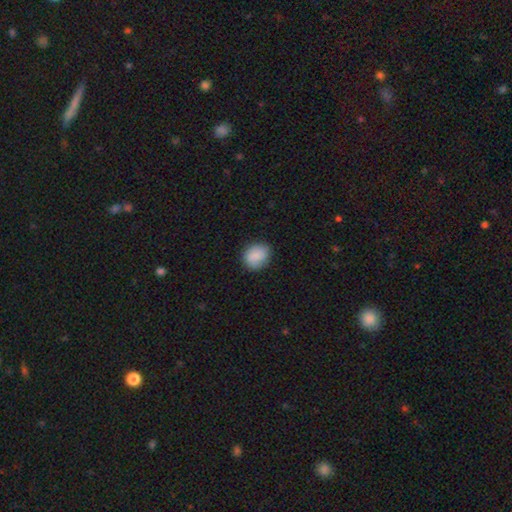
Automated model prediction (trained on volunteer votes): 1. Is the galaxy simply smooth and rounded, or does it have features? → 85% smooth, 8% featured or disk, 7% star or artifact.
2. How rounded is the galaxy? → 67% round, 32% in between, 1% cigar-shaped.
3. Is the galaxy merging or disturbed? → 80% none, 15% minor disturbance, 3% major disturbance, 1% merger.